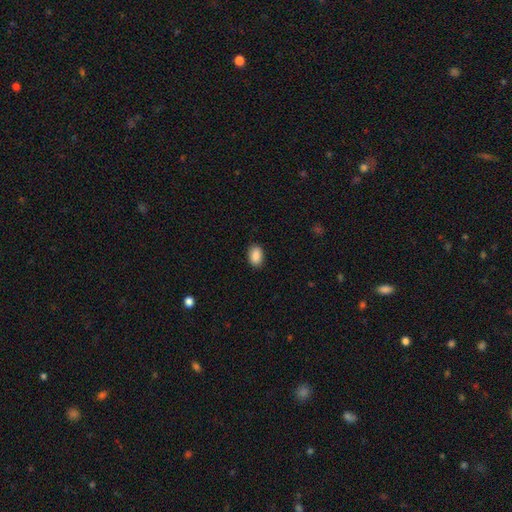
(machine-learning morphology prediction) smooth-or-featured: smooth: 89% | star or artifact: 8% | featured or disk: 3%
  how-rounded: in between: 87% | round: 12% | cigar-shaped: 1%
  merging: none: 89% | minor disturbance: 8% | major disturbance: 2% | merger: 1%